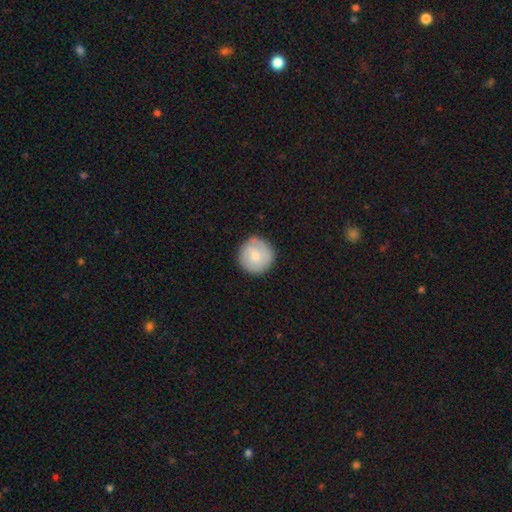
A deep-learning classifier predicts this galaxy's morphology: The model was most divided on "smooth or featured": smooth: 70%, featured or disk: 24%, star or artifact: 6%. More confident: how rounded — round (95%); merging — none (85%).